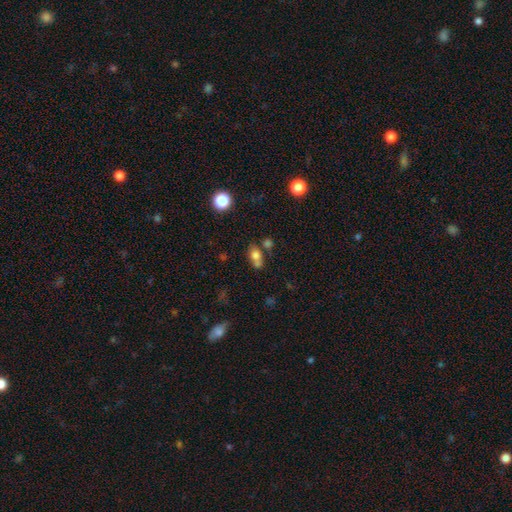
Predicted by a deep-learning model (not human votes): Smooth or featured: smooth — 74% (featured or disk — 14%)
How rounded: in between — 66% (round — 30%)
Merging: none — 46% (merger — 34%)